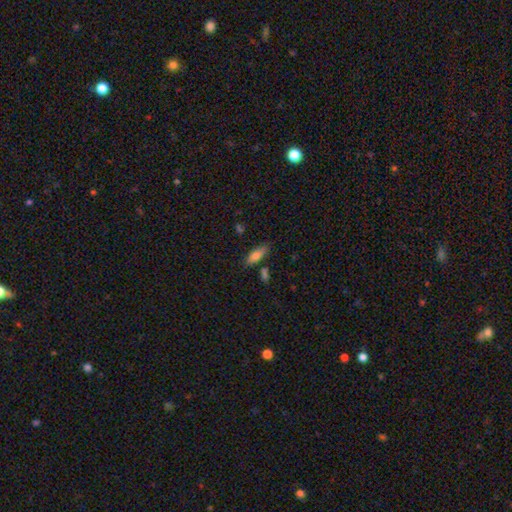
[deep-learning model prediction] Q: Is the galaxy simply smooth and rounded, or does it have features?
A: smooth — 80%.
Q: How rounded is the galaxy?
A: in between — 69%.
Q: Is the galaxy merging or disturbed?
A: none — 74%.